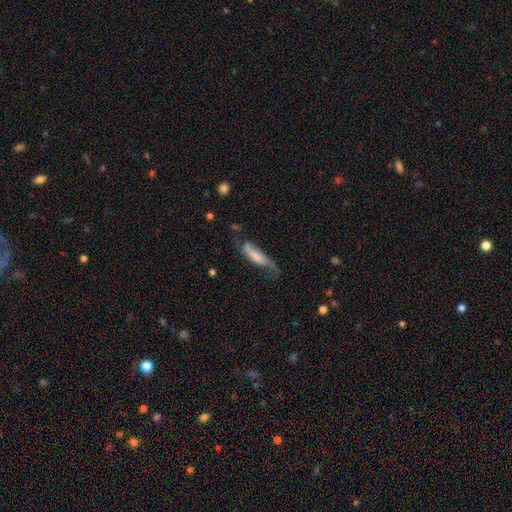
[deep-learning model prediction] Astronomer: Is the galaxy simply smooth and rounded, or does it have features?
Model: smooth — 61%.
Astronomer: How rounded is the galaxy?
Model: cigar-shaped — 62%.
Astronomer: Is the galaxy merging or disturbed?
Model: none — 36% (runner-up: minor disturbance, 33%).